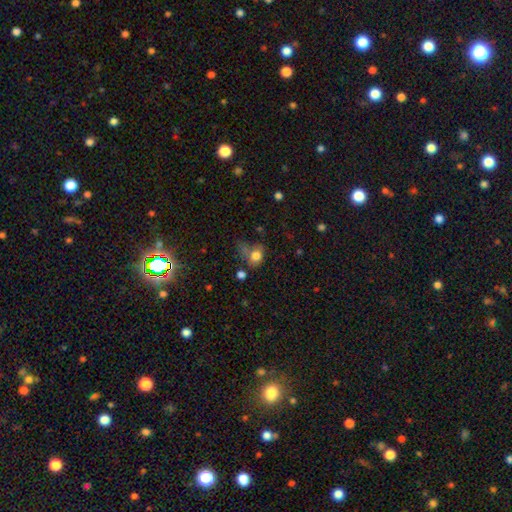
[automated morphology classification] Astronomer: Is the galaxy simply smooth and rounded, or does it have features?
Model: smooth — 77%.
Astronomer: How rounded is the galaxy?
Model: in between — 53% (runner-up: round, 46%).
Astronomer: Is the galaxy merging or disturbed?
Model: none — 31% (runner-up: major disturbance, 30%).